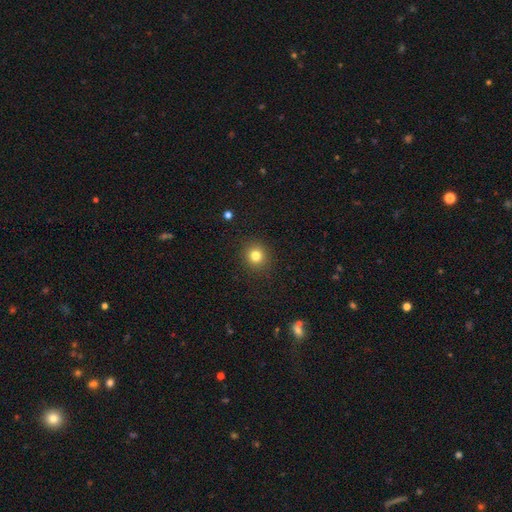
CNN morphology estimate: smooth 81%, star or artifact 12%, featured or disk 6%. Down the decision tree: how rounded — round (90%); merging — none (90%).